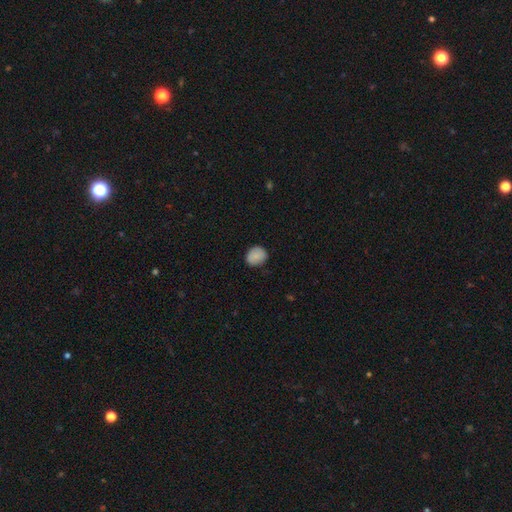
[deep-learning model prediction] A smooth galaxy with no disk features (84%) that is round (67%). Merging: none (81%).